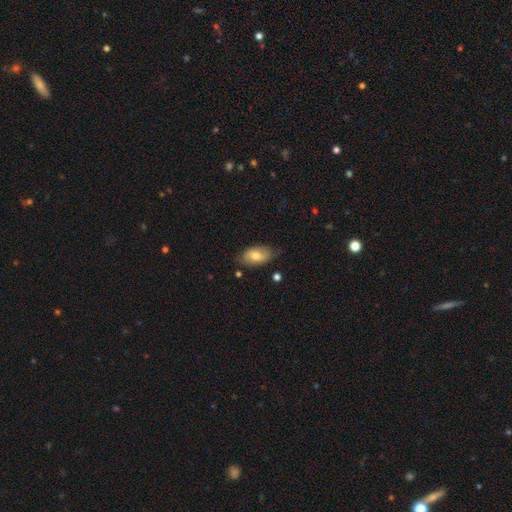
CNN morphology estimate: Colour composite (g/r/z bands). It shows a smooth galaxy with no disk features (69%) that is in between round and cigar-shaped (93%). Merging: none (71%).